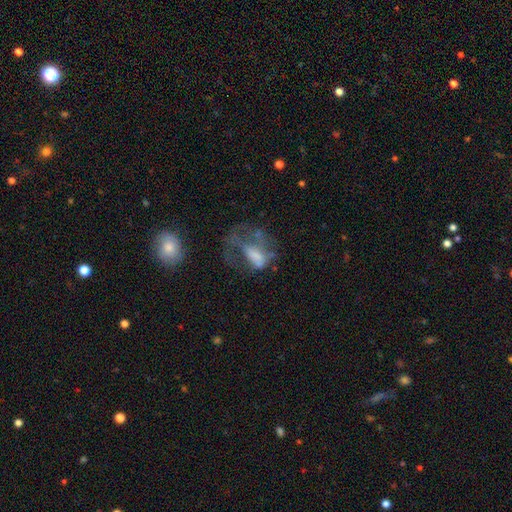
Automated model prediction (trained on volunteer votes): This is marginally a featured or disk galaxy (44%). Merging: possibly major disturbance (58%).